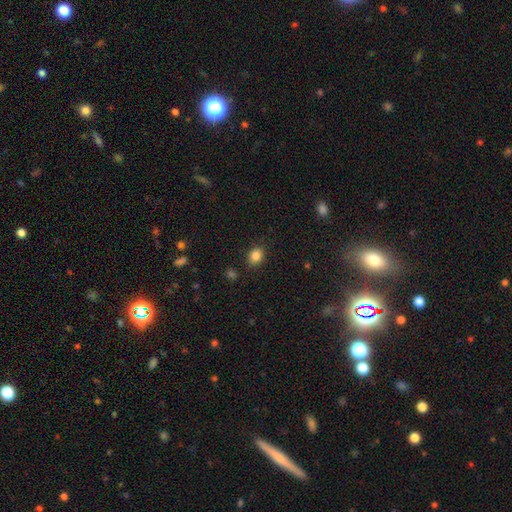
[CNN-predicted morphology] type=smooth (85%); roundness=round (53%); merging=none (85%).